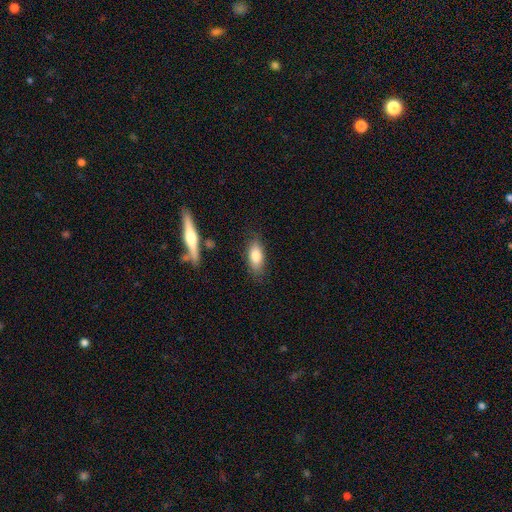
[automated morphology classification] Q: Smooth or featured?
A: smooth (78%); runner-up: featured or disk (15%)
Q: How rounded?
A: in between (80%); runner-up: cigar-shaped (16%)
Q: Merging?
A: none (80%); runner-up: minor disturbance (14%)